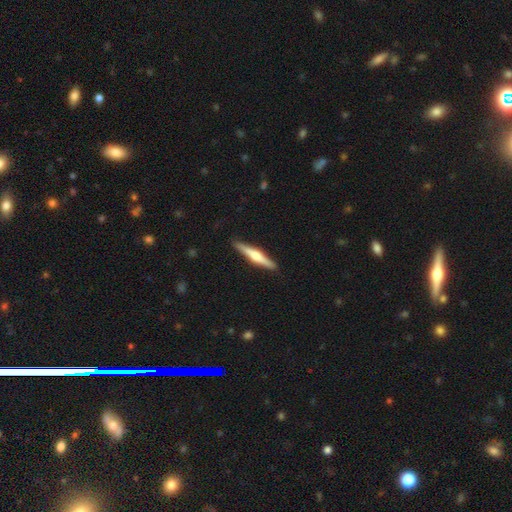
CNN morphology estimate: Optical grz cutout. It shows a featured or disk galaxy (62%) viewed edge-on (98%) with a rounded central bulge (83%). Merging: none (90%).